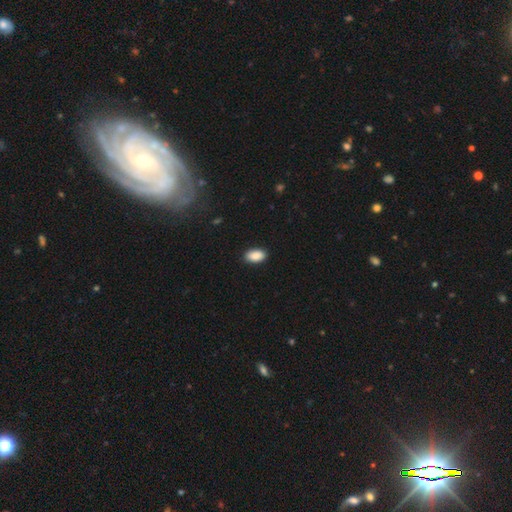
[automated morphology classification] smooth-or-featured: smooth: 89% | star or artifact: 7% | featured or disk: 4%
  how-rounded: in between: 93% | round: 5% | cigar-shaped: 2%
  merging: none: 89% | minor disturbance: 8% | major disturbance: 2% | merger: 1%